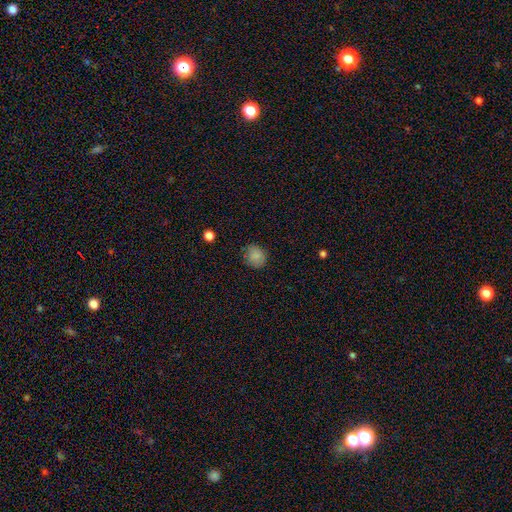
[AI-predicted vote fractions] Morphology: type=smooth (82%); roundness=round (69%); merging=none (77%).